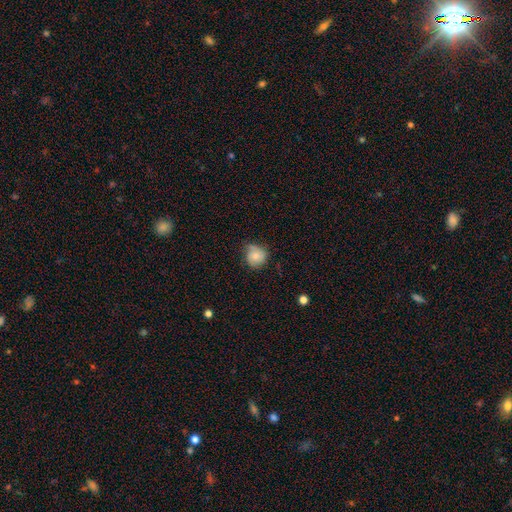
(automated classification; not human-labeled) smooth-or-featured: smooth: 66% | featured or disk: 26% | star or artifact: 8%
  how-rounded: round: 81% | in between: 18% | cigar-shaped: 1%
  merging: none: 54% | minor disturbance: 34% | major disturbance: 11% | merger: 2%